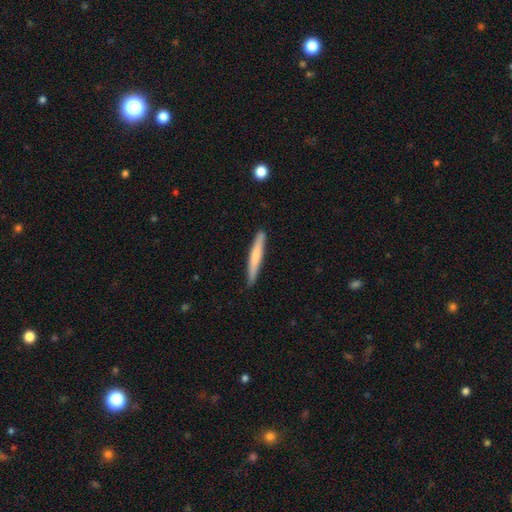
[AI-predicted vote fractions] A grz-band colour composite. It shows a smooth galaxy with no disk features (64%) that is cigar-shaped (95%). Merging: none (86%).